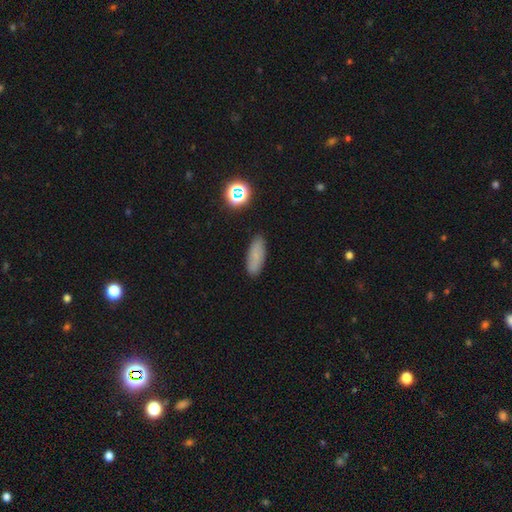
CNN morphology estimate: This is likely a smooth galaxy (76%). How rounded: likely in between (64%). Merging: clearly none (86%).